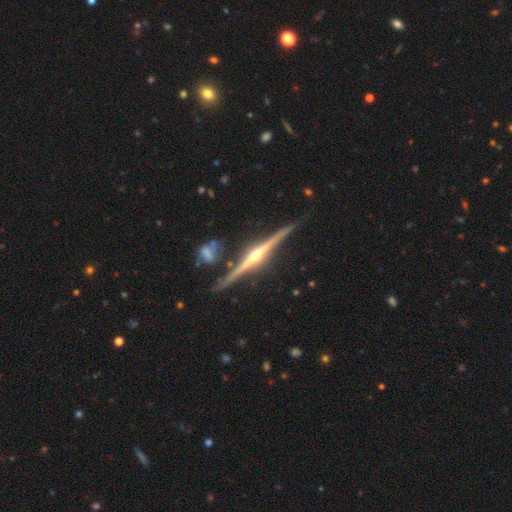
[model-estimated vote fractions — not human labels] This appears to be a featured or disk galaxy (89%) viewed edge-on (98%) with a rounded central bulge (92%). Merging: none (82%).